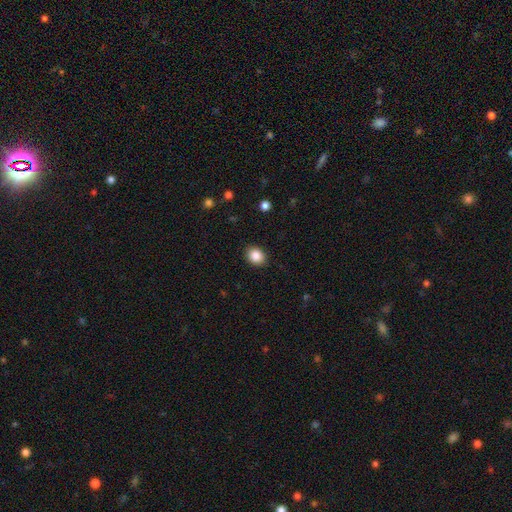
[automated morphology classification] type=smooth (86%); roundness=round (54%); merging=none (90%).